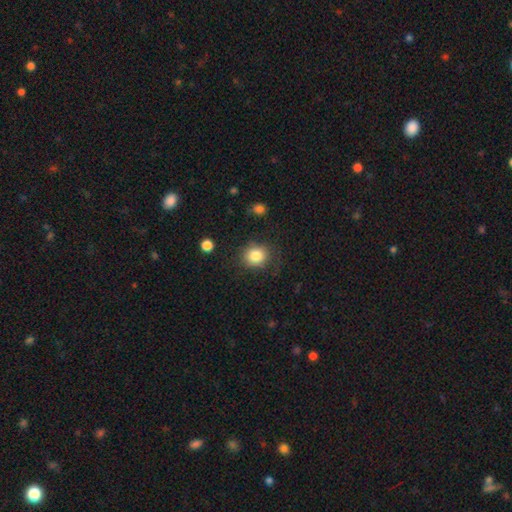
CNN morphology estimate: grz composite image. It shows a smooth galaxy with no disk features (84%) that is round (79%). Merging: none (77%).